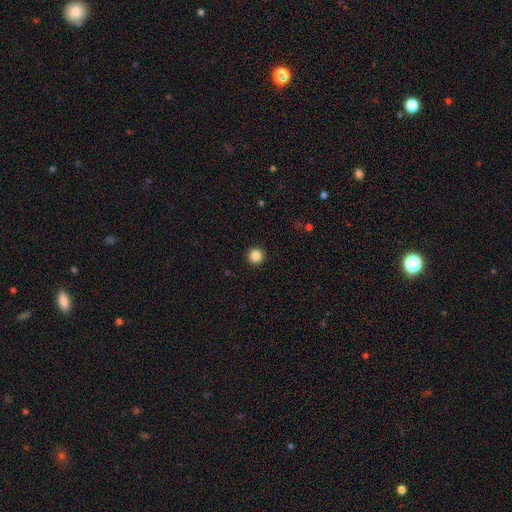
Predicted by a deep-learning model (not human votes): smooth-or-featured: smooth: 87% | star or artifact: 10% | featured or disk: 3%
  how-rounded: round: 96% | in between: 3% | cigar-shaped: 1%
  merging: none: 93% | minor disturbance: 4% | major disturbance: 2% | merger: 1%